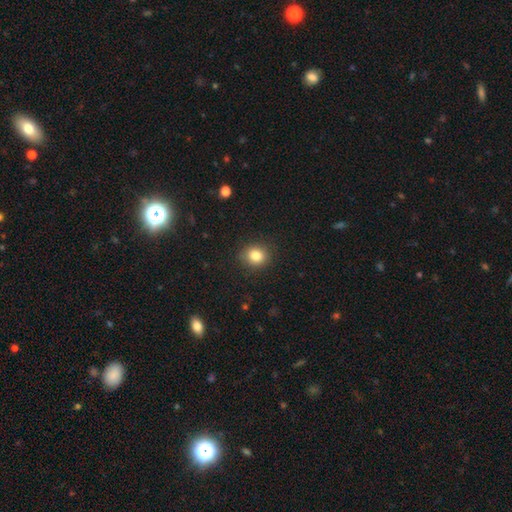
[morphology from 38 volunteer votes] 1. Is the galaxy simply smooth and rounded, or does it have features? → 89% smooth, 5% featured or disk, 5% star or artifact.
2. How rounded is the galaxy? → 88% round, 12% in between, 0% cigar-shaped.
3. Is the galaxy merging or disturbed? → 92% none, 6% minor disturbance, 3% major disturbance, 0% merger.